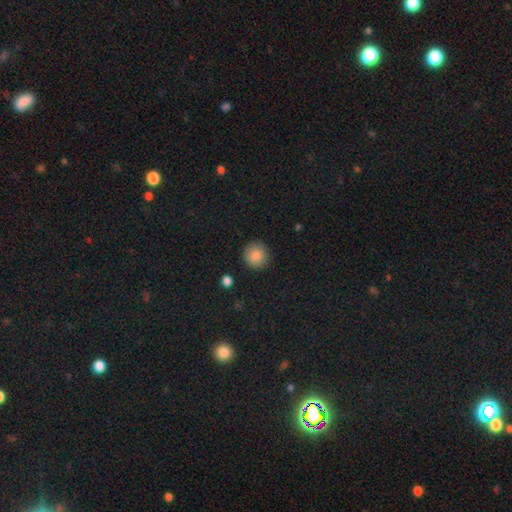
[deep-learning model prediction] Q: Smooth or featured?
A: smooth (86%); runner-up: star or artifact (9%)
Q: How rounded?
A: round (93%); runner-up: in between (6%)
Q: Merging?
A: none (91%); runner-up: minor disturbance (6%)